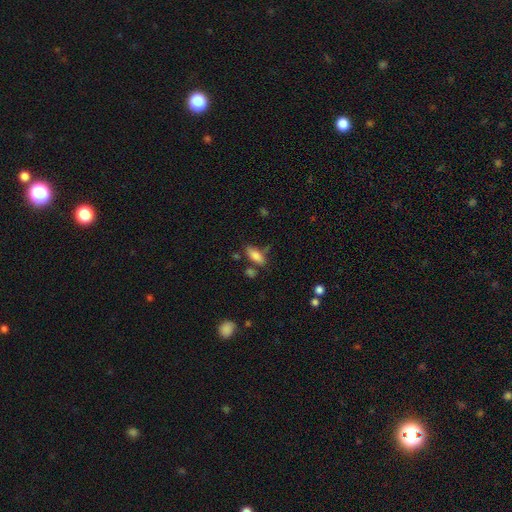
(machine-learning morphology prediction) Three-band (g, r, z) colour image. It shows a smooth galaxy with no disk features (81%) that is in between round and cigar-shaped (74%). Merging: none (64%).